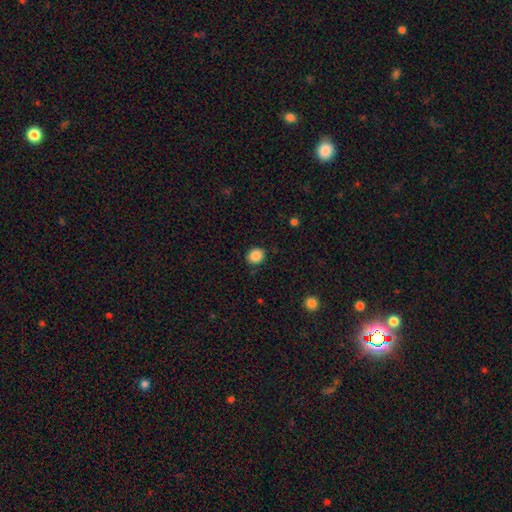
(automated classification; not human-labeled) Smooth or featured? Predicted: smooth (p=0.87). How rounded? Predicted: round (p=0.73). Merging? Predicted: none (p=0.87).